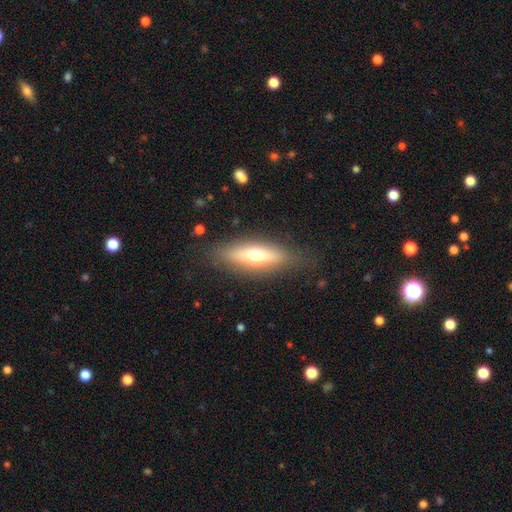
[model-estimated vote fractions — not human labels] Q: Smooth or featured?
A: smooth (52%); runner-up: featured or disk (41%)
Q: How rounded?
A: cigar-shaped (53%); runner-up: in between (44%)
Q: Merging?
A: none (82%); runner-up: minor disturbance (12%)